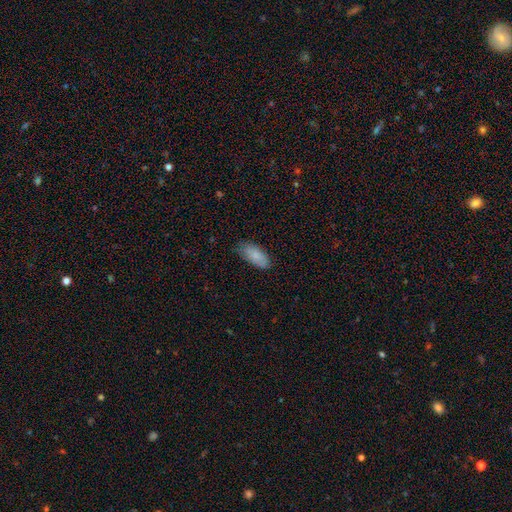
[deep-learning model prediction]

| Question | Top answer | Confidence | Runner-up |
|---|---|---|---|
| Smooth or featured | smooth | 85% | featured or disk (9%) |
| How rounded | in between | 89% | cigar-shaped (9%) |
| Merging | none | 77% | minor disturbance (18%) |